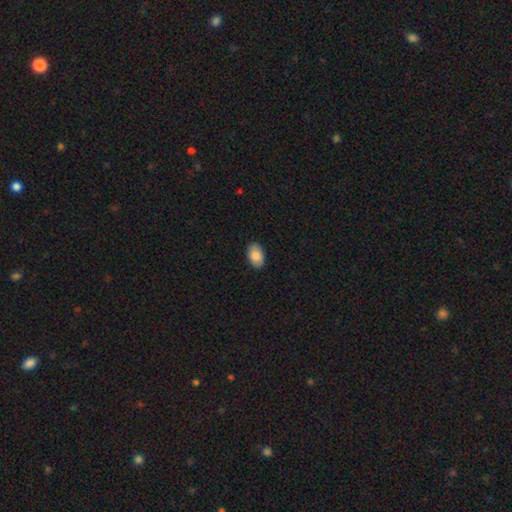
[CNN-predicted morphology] Smooth or featured? smooth (87%)
How rounded? in between (92%)
Merging? none (89%)